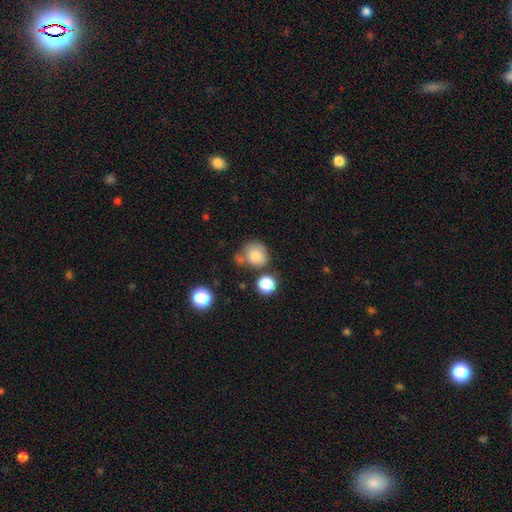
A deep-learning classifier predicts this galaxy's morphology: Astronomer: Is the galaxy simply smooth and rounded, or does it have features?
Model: smooth — 80%.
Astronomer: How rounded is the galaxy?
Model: round — 80%.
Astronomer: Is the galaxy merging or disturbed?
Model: none — 55%.